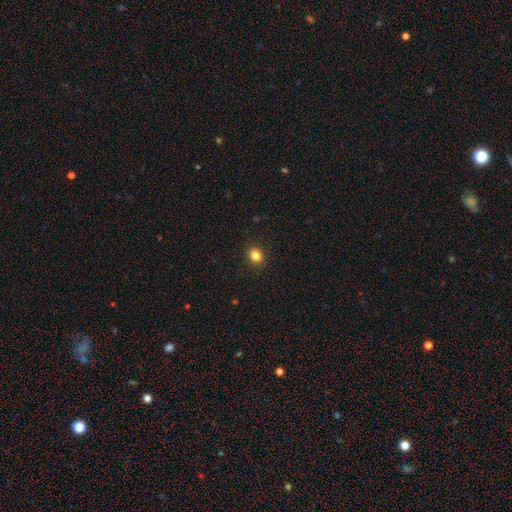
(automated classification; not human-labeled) This is clearly a smooth galaxy (84%). How rounded: likely round (73%). Merging: clearly none (91%).